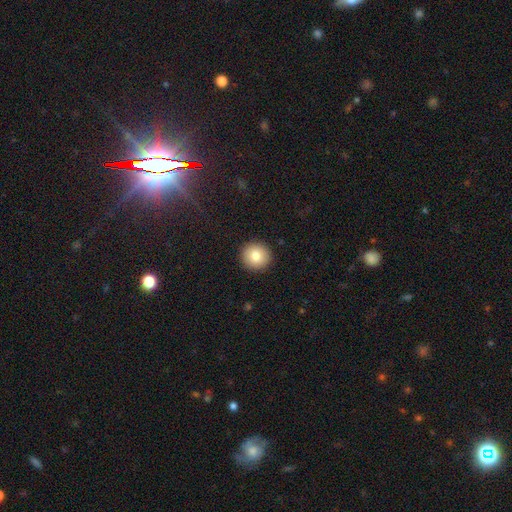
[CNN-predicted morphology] A smooth galaxy with no disk features (84%) that is round (93%). Merging: none (92%).